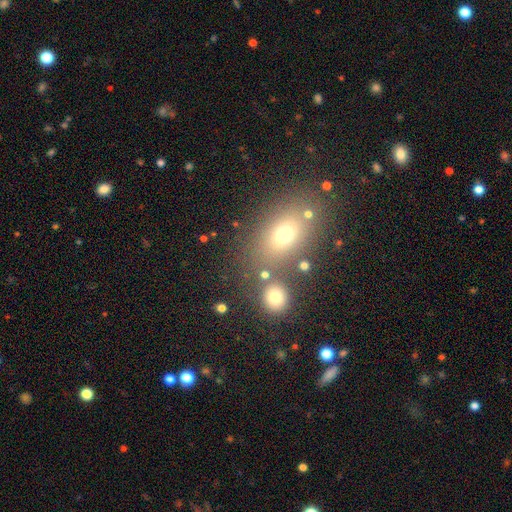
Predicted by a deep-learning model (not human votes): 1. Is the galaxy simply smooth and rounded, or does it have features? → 61% smooth, 23% star or artifact, 16% featured or disk.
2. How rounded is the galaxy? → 68% in between, 29% round, 3% cigar-shaped.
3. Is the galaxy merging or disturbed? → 68% none, 17% merger, 10% minor disturbance, 5% major disturbance.